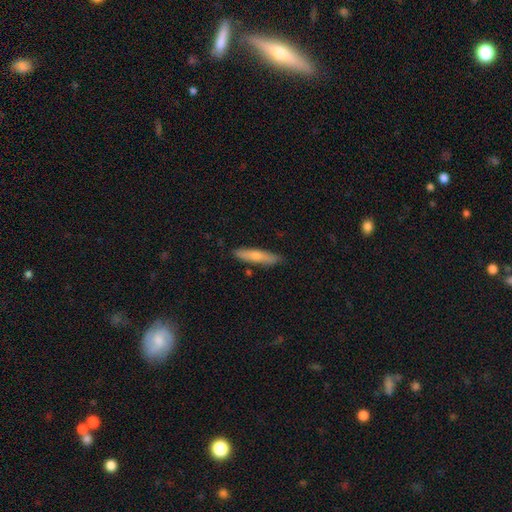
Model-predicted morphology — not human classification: type=smooth (68%); roundness=cigar-shaped (85%); merging=none (85%).